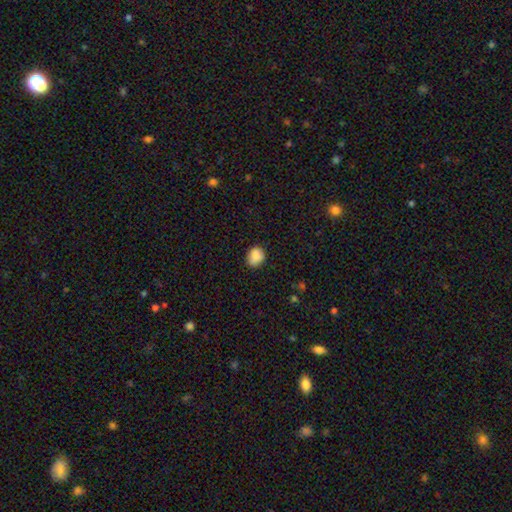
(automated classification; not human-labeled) Smooth or featured: smooth — 86% (star or artifact — 9%)
How rounded: round — 58% (in between — 41%)
Merging: none — 71% (minor disturbance — 23%)